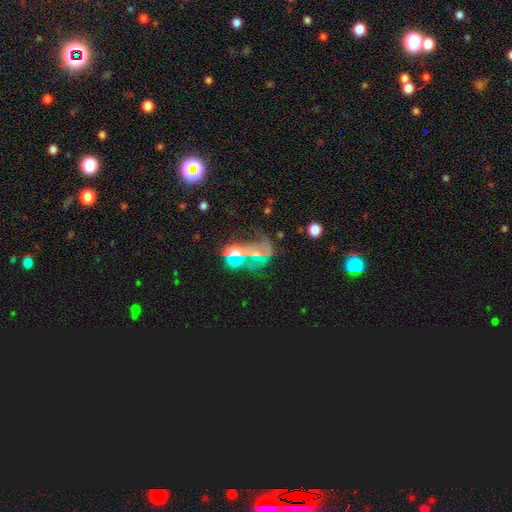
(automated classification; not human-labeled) Smooth or featured?
  - featured or disk: 41% *
  - star or artifact: 35%
  - smooth: 24%
Merging?
  - none: 31% *
  - major disturbance: 30%
  - merger: 22%
  - minor disturbance: 16%